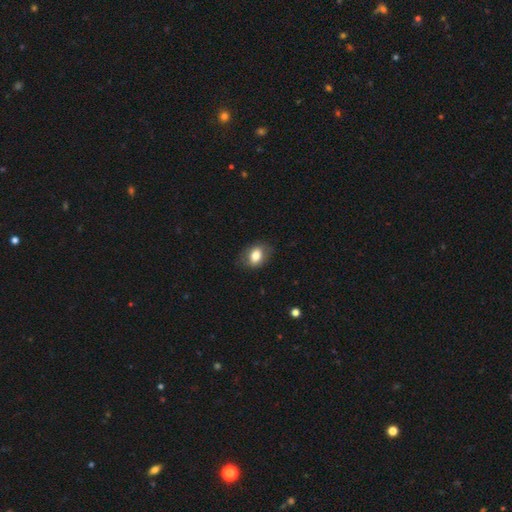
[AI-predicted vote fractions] smooth_or_featured: smooth (p=0.80) [alt: featured or disk p=0.12]
how_rounded: in between (p=0.72) [alt: round p=0.27]
merging: none (p=0.80) [alt: minor disturbance p=0.15]